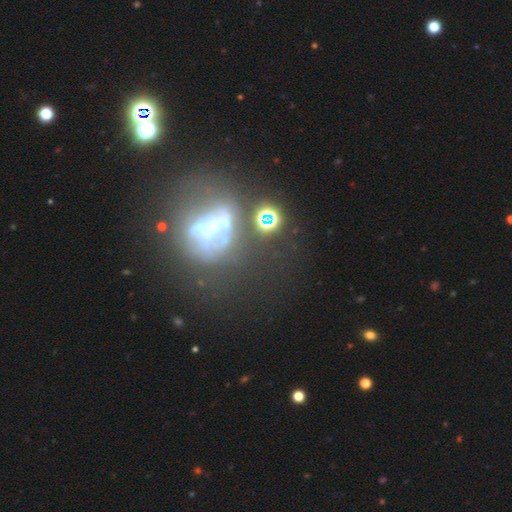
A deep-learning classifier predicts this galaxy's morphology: Smooth or featured?
  - featured or disk: 47% *
  - star or artifact: 32%
  - smooth: 20%
Merging?
  - none: 43% *
  - major disturbance: 25%
  - minor disturbance: 17%
  - merger: 16%